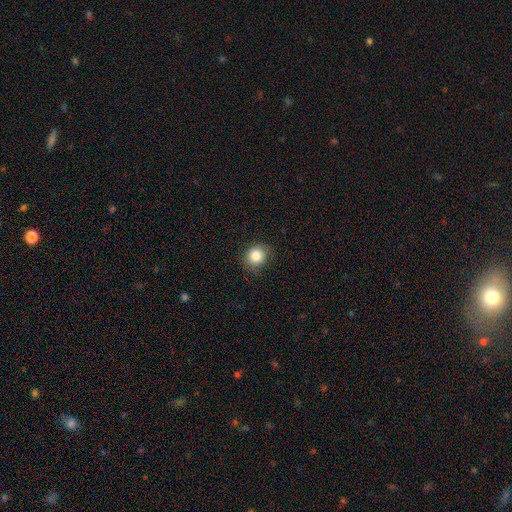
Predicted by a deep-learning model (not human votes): The model was most divided on "how rounded": round: 81%, in between: 18%, cigar-shaped: 1%. More confident: smooth or featured — smooth (85%); merging — none (80%).